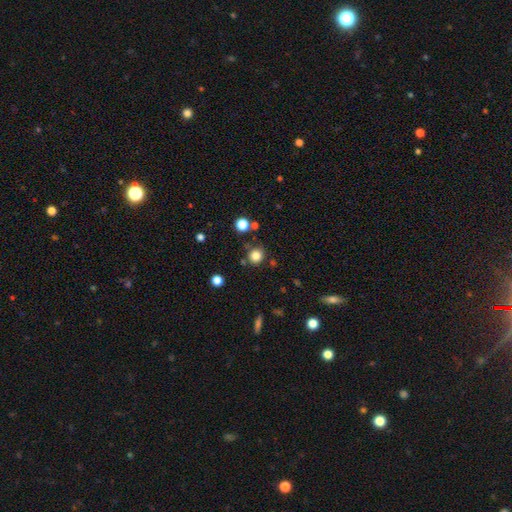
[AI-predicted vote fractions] A smooth galaxy with no disk features (82%) that is round (90%). Merging: none (81%).